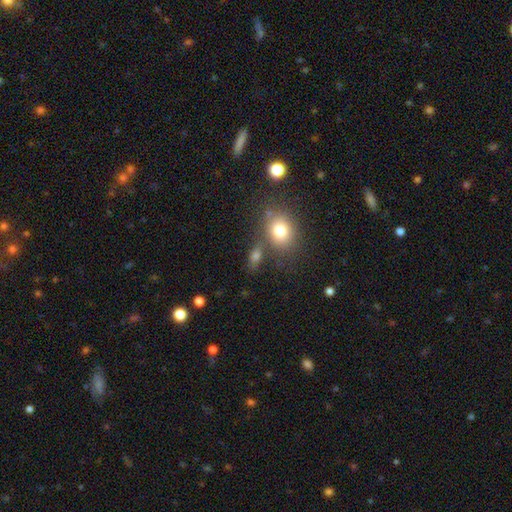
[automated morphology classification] Smooth or featured: smooth — 70% (star or artifact — 16%)
How rounded: in between — 68% (round — 25%)
Merging: none — 64% (merger — 16%)